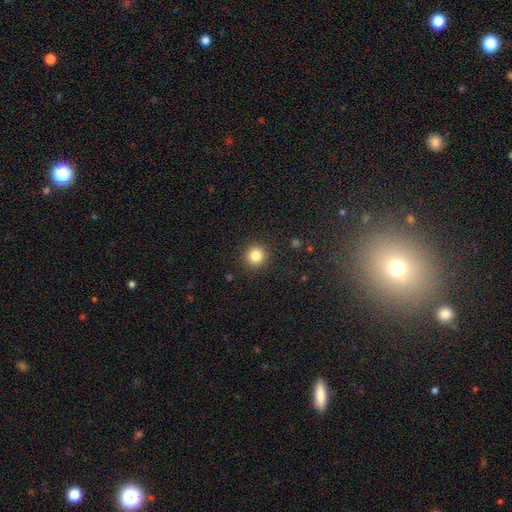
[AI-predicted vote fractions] Morphology: type=smooth (83%); roundness=round (92%); merging=none (91%).